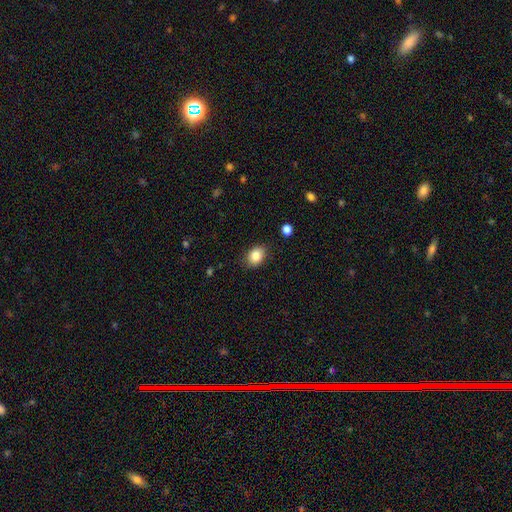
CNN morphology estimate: smooth_or_featured: smooth (p=0.85) [alt: star or artifact p=0.09]
how_rounded: in between (p=0.60) [alt: round p=0.39]
merging: none (p=0.84) [alt: minor disturbance p=0.11]